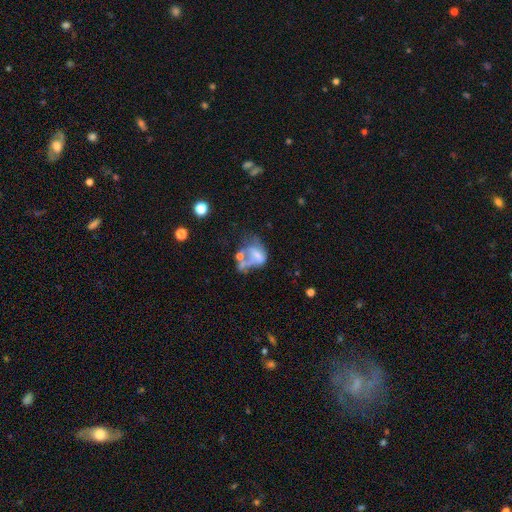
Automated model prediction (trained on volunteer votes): A featured or disk galaxy (52%) with no bar (78%), no spiral arms (88%) and no central bulge (54%).

Vote fractions:
- Smooth or featured? featured or disk: 52% / smooth: 34% / star or artifact: 14%
- Edge-on disk? no: 97% / yes: 3%
- Bar? no: 78% / weak: 15% / strong: 7%
- Spiral arms? no: 88% / yes: 12%
- Bulge size? none: 54% / small: 21% / moderate: 19% / large: 4% / dominant: 2%
- Merging? major disturbance: 40% / merger: 29% / none: 17% / minor disturbance: 14%